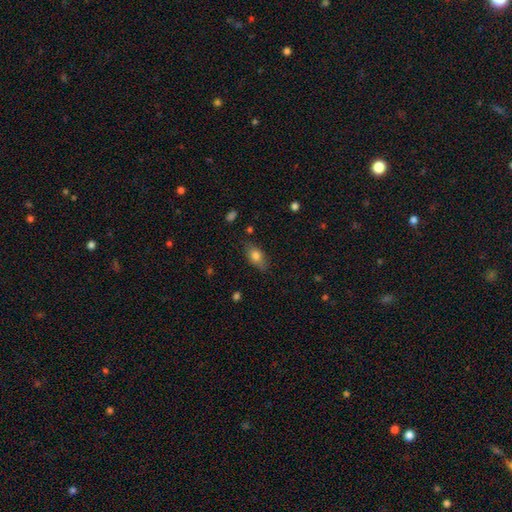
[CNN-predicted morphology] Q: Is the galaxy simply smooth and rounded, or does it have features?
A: smooth — 77%.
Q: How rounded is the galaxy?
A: in between — 85%.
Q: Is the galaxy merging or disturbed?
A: none — 78%.